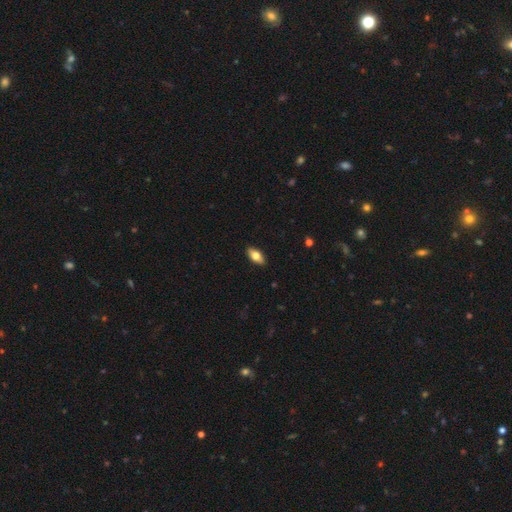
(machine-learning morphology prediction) This is likely a smooth galaxy (75%). How rounded: clearly in between (89%). Merging: clearly none (90%).